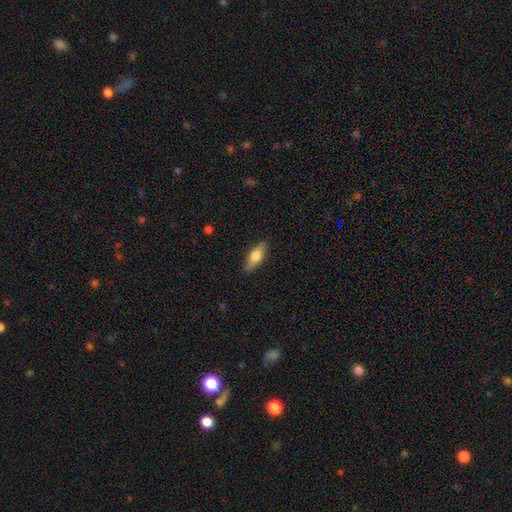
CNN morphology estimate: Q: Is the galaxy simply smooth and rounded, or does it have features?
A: smooth — 64%.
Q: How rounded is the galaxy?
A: in between — 58%.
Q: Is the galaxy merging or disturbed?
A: none — 87%.